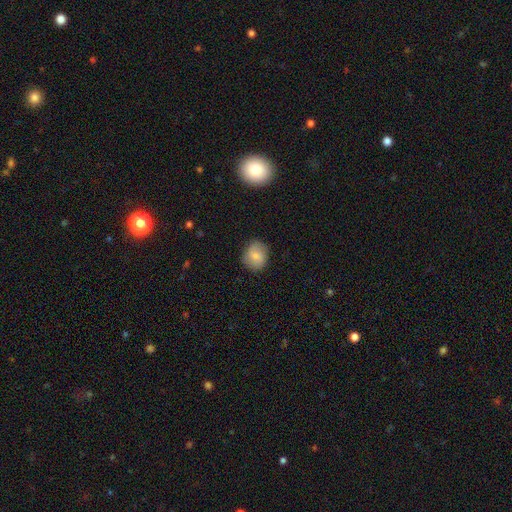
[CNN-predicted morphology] Q: Smooth or featured?
A: smooth (74%); runner-up: featured or disk (17%)
Q: How rounded?
A: round (72%); runner-up: in between (27%)
Q: Merging?
A: none (82%); runner-up: minor disturbance (14%)